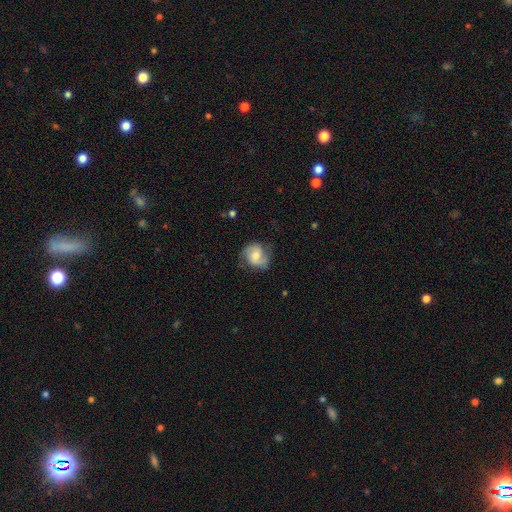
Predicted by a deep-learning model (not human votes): smooth-or-featured: featured or disk: 55% | smooth: 37% | star or artifact: 8%
  disk-edge-on: no: 97% | yes: 3%
    bar: no: 49% | weak: 40% | strong: 11%
    has-spiral-arms: yes: 87% | no: 13%
    bulge-size: moderate: 54% | small: 33% | large: 7% | none: 4% | dominant: 1%
  merging: none: 66% | minor disturbance: 23% | major disturbance: 10% | merger: 1%